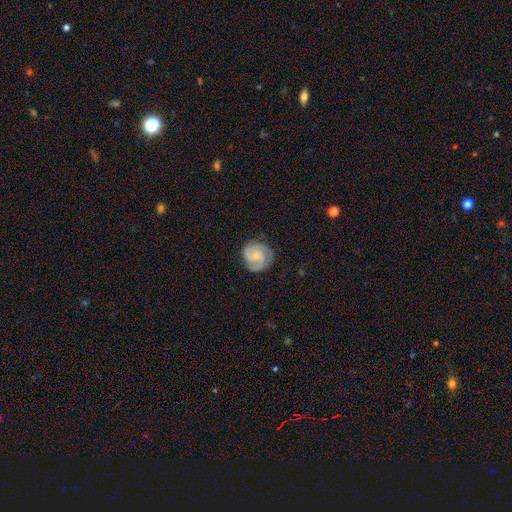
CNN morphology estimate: Smooth or featured?
  - featured or disk: 79% *
  - smooth: 16%
  - star or artifact: 6%
Edge-on disk?
  - no: 98% *
  - yes: 2%
Bar?
  - no: 66% *
  - weak: 29%
  - strong: 5%
Spiral arms?
  - yes: 97% *
  - no: 3%
Spiral winding?
  - tight: 57% *
  - medium: 37%
  - loose: 7%
Spiral arm count?
  - 2: 59% *
  - 3: 22%
  - can't tell: 9%
  - 1: 3%
  - 4: 3%
  - more than 4: 3%
Bulge size?
  - small: 63% *
  - moderate: 24%
  - none: 10%
  - large: 2%
  - dominant: 1%
Merging?
  - none: 79% *
  - minor disturbance: 15%
  - major disturbance: 5%
  - merger: 1%